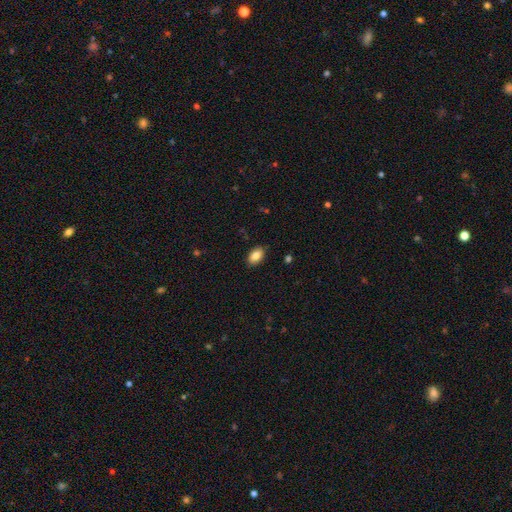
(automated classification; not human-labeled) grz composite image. It shows a smooth galaxy with no disk features (86%) that is in between round and cigar-shaped (90%). Merging: none (88%).